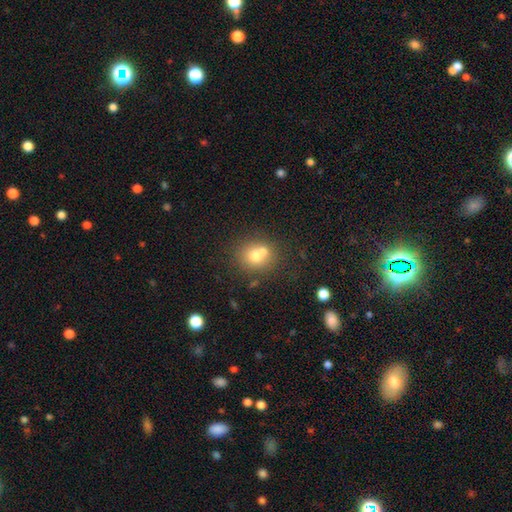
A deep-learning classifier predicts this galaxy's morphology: smooth 69%, featured or disk 18%, star or artifact 13%. Down the decision tree: how rounded — round (80%); merging — none (48%).